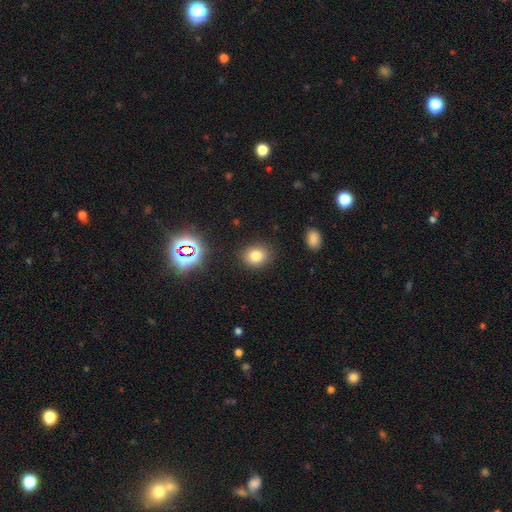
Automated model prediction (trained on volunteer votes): Q: Smooth or featured?
A: smooth (79%); runner-up: star or artifact (14%)
Q: How rounded?
A: round (59%); runner-up: in between (40%)
Q: Merging?
A: none (86%); runner-up: minor disturbance (9%)